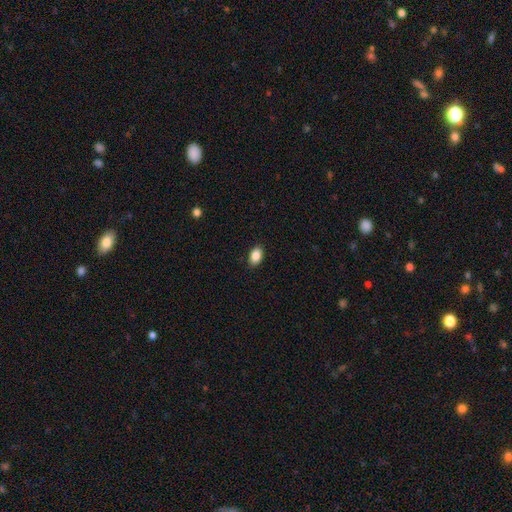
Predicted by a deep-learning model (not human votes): Smooth or featured? smooth (88%)
How rounded? in between (89%)
Merging? none (89%)